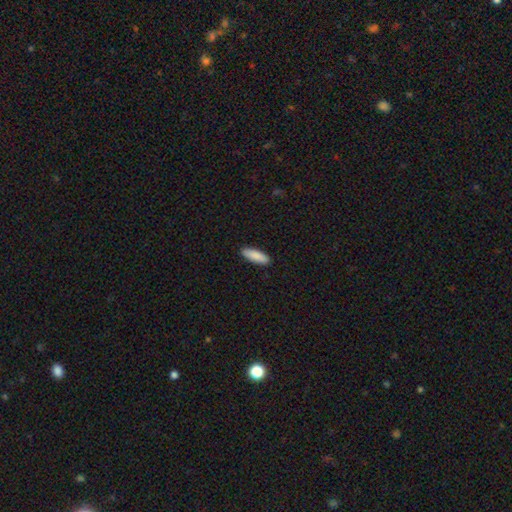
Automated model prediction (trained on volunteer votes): The model was most divided on "how rounded": in between: 53%, cigar-shaped: 45%, round: 2%. More confident: merging — none (91%); smooth or featured — smooth (89%).